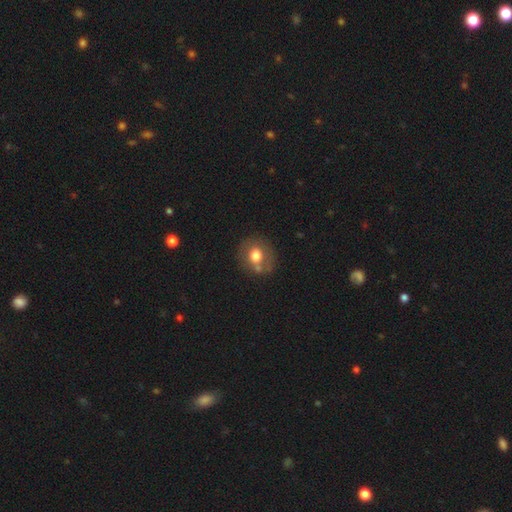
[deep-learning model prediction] smooth-or-featured: smooth: 66% | featured or disk: 24% | star or artifact: 10%
  how-rounded: round: 74% | in between: 25% | cigar-shaped: 1%
  merging: none: 66% | minor disturbance: 16% | merger: 11% | major disturbance: 6%